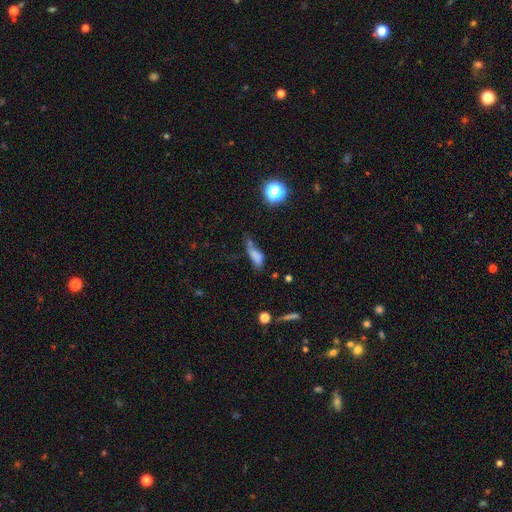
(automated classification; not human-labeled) A smooth galaxy with no disk features (68%) that is in between round and cigar-shaped (66%).

Vote fractions:
- Smooth or featured? smooth: 68% / featured or disk: 18% / star or artifact: 14%
- How rounded? in between: 66% / cigar-shaped: 28% / round: 6%
- Merging? minor disturbance: 30% / none: 29% / major disturbance: 25% / merger: 16%